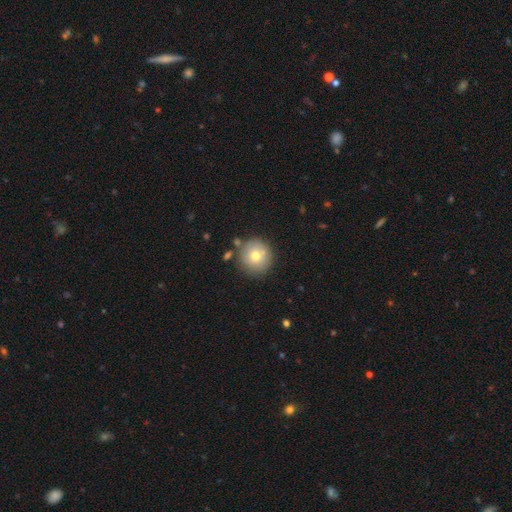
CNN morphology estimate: This is likely a smooth galaxy (72%). How rounded: clearly round (94%). Merging: likely none (79%).